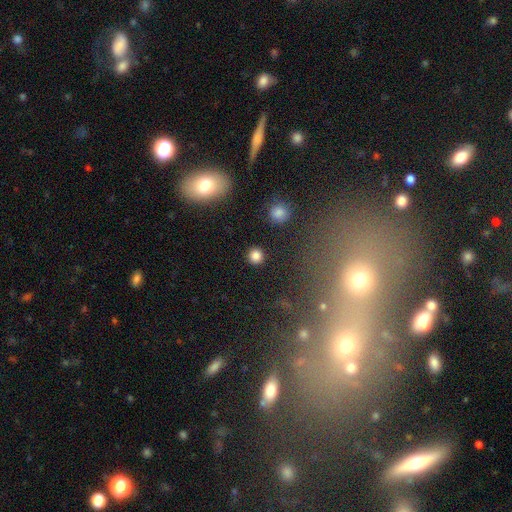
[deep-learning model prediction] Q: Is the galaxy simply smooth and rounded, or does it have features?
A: smooth — 84%.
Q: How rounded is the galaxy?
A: round — 93%.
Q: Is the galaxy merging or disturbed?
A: none — 91%.